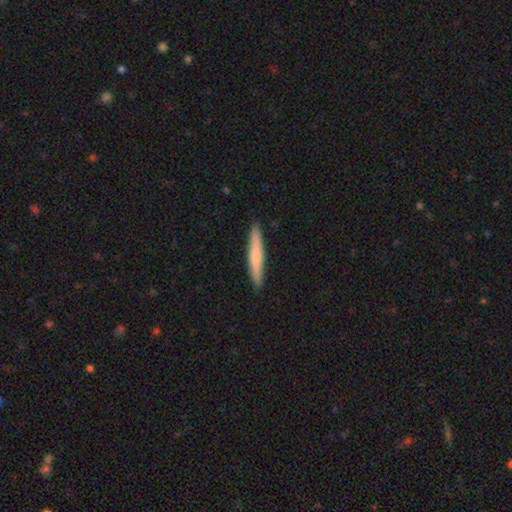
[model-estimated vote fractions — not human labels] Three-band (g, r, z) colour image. It shows a smooth galaxy with no disk features (66%) that is cigar-shaped (95%). Merging: none (91%).